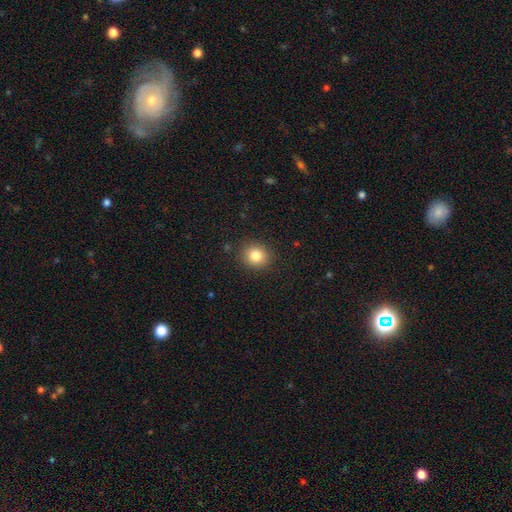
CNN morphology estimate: Smooth or featured?
  - smooth: 83% *
  - star or artifact: 11%
  - featured or disk: 6%
How rounded?
  - round: 81% *
  - in between: 18%
  - cigar-shaped: 1%
Merging?
  - none: 90% *
  - minor disturbance: 7%
  - major disturbance: 2%
  - merger: 1%